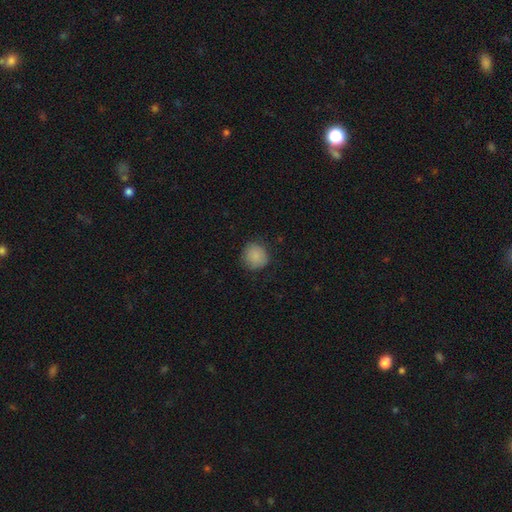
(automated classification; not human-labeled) A smooth galaxy with no disk features (87%) that is round (91%).

Vote fractions:
- Smooth or featured? smooth: 87% / star or artifact: 8% / featured or disk: 5%
- How rounded? round: 91% / in between: 8% / cigar-shaped: 1%
- Merging? none: 83% / minor disturbance: 13% / major disturbance: 3% / merger: 1%